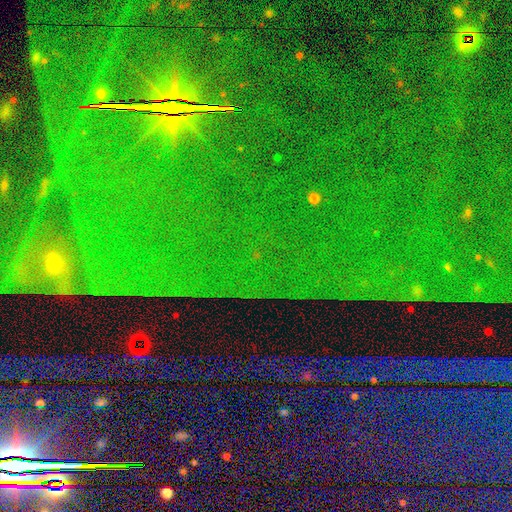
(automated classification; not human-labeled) A star or artifact, not a galaxy (86%).

Vote fractions:
- Smooth or featured? star or artifact: 86% / featured or disk: 8% / smooth: 6%